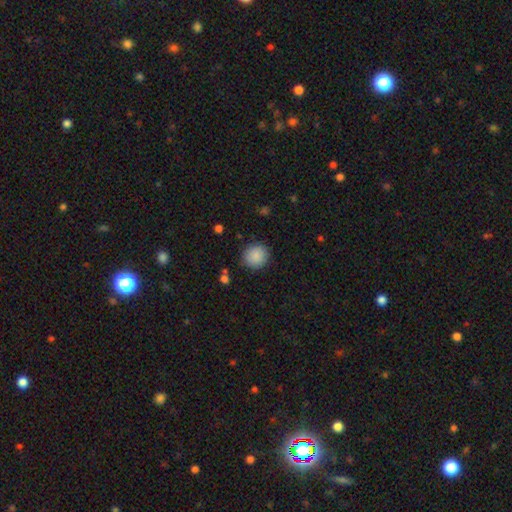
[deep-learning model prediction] This is clearly a smooth galaxy (89%). How rounded: clearly round (90%). Merging: clearly none (88%).